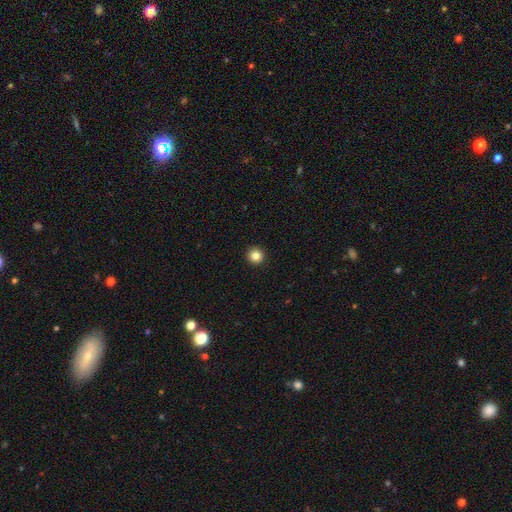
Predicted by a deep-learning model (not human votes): A smooth galaxy with no disk features (85%) that is round (96%).

Vote fractions:
- Smooth or featured? smooth: 85% / star or artifact: 11% / featured or disk: 4%
- How rounded? round: 96% / in between: 3% / cigar-shaped: 1%
- Merging? none: 94% / minor disturbance: 4% / major disturbance: 1% / merger: 1%